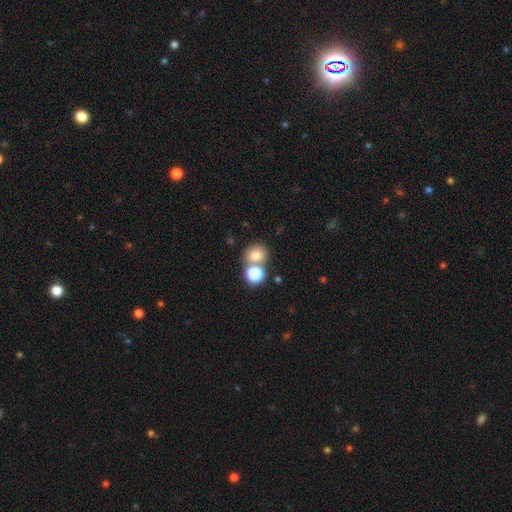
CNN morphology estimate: A smooth galaxy with no disk features (76%) that is round (76%). Merging: none (53%).